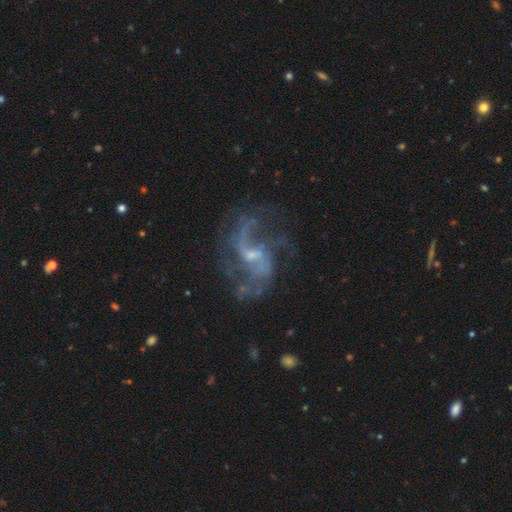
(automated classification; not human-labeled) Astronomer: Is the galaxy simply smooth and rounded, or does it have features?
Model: featured or disk — 87%.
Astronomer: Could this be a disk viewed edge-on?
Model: no — 97%.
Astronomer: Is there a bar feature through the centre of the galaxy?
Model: weak — 52% (runner-up: no, 32%).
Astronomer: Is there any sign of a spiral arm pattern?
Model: yes — 95%.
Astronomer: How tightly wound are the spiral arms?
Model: loose — 62%.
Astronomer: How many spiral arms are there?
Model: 2 — 74%.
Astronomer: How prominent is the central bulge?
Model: small — 60%.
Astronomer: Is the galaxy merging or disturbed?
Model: none — 64%.